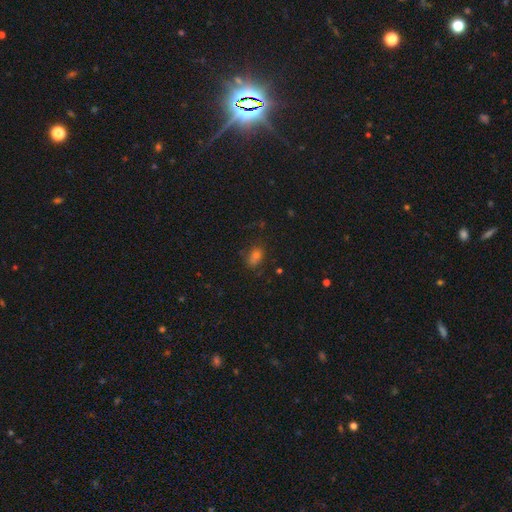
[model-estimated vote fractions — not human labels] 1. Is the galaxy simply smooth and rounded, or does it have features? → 65% smooth, 24% star or artifact, 11% featured or disk.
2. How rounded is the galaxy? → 74% in between, 23% round, 3% cigar-shaped.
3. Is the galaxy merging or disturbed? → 70% none, 19% minor disturbance, 7% major disturbance, 4% merger.